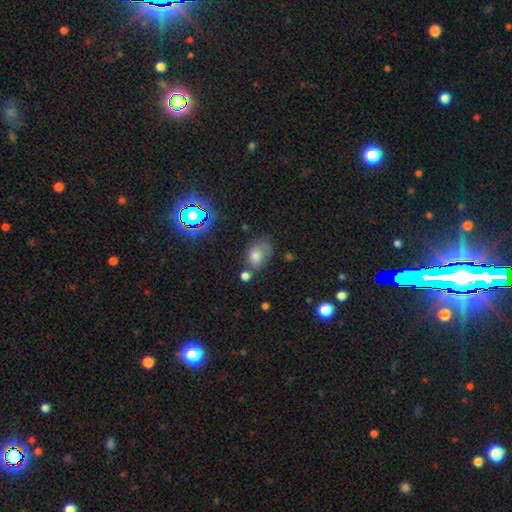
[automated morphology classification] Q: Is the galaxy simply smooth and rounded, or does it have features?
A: smooth — 68%.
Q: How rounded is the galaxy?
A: in between — 78%.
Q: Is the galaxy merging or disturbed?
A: none — 52%.